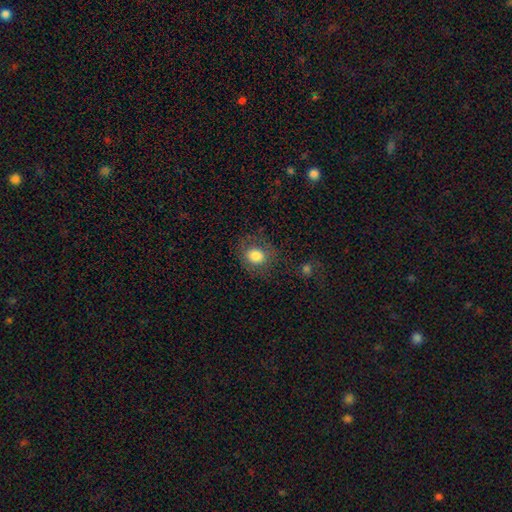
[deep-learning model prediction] A smooth galaxy with no disk features (79%) that is round (71%). Merging: none (73%).